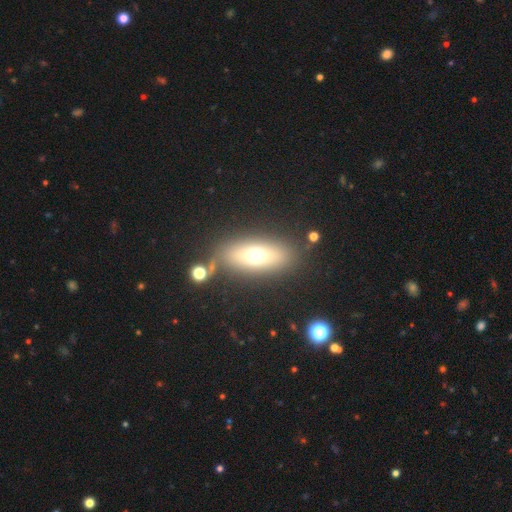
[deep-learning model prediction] Q: Smooth or featured?
A: smooth (62%); runner-up: featured or disk (26%)
Q: How rounded?
A: in between (71%); runner-up: cigar-shaped (20%)
Q: Merging?
A: none (77%); runner-up: minor disturbance (11%)